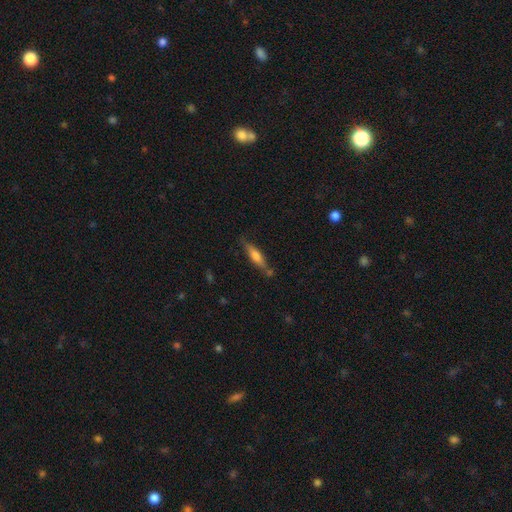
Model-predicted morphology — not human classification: A smooth galaxy with no disk features (56%) that is cigar-shaped (76%). Merging: none (70%).